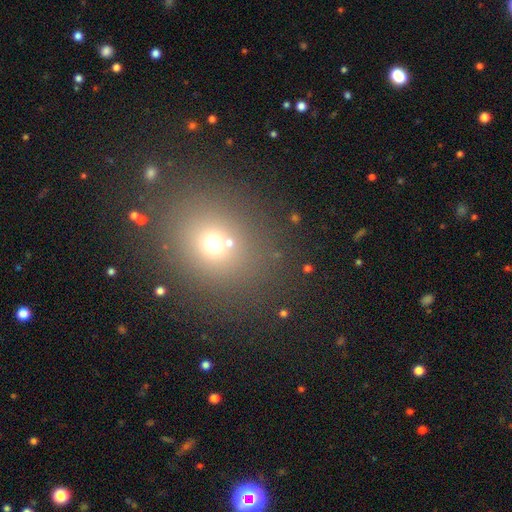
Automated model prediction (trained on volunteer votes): A smooth galaxy with no disk features (60%) that is round (63%). Merging: none (87%).